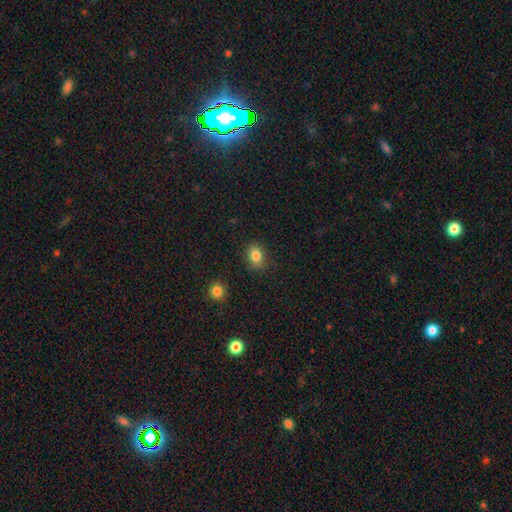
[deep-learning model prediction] smooth 84%, star or artifact 10%, featured or disk 6%. Down the decision tree: how rounded — in between (57%); merging — none (85%).